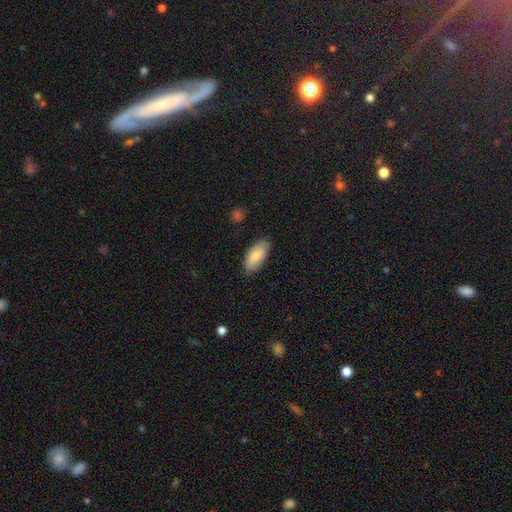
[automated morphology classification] Smooth or featured? smooth (79%)
How rounded? in between (91%)
Merging? none (79%)